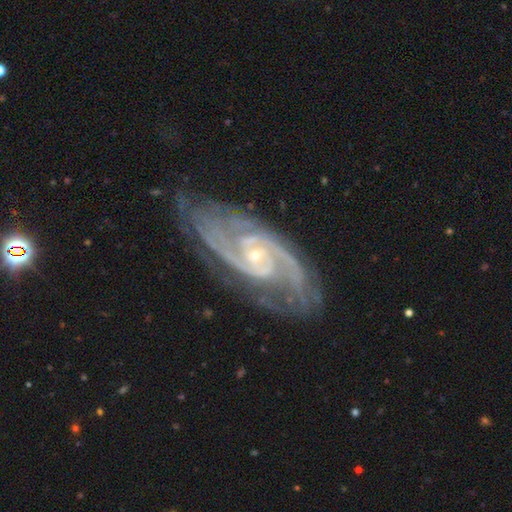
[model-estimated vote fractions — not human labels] This is clearly a featured or disk galaxy (92%). It is clearly not viewed edge-on (96%). Bar: possibly no (59%). Spiral arm pattern: clearly yes (98%). Spiral arm count: likely 2 (61%). Spiral winding: possibly tight (53%). Central bulge: likely small (75%). Merging: likely none (73%).